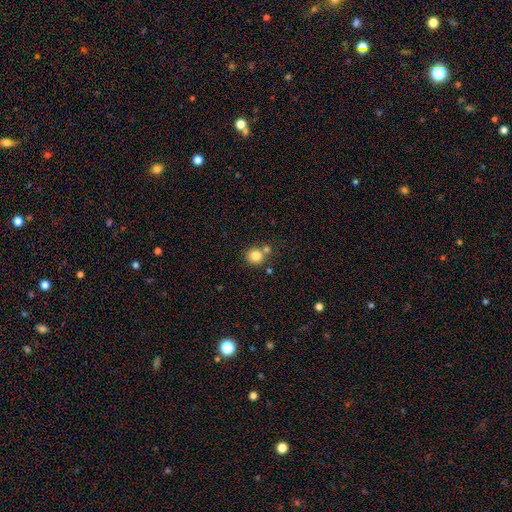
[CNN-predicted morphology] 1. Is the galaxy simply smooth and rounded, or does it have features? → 83% smooth, 11% star or artifact, 7% featured or disk.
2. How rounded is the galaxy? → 87% round, 12% in between, 1% cigar-shaped.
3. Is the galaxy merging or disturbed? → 61% none, 26% merger, 9% minor disturbance, 3% major disturbance.